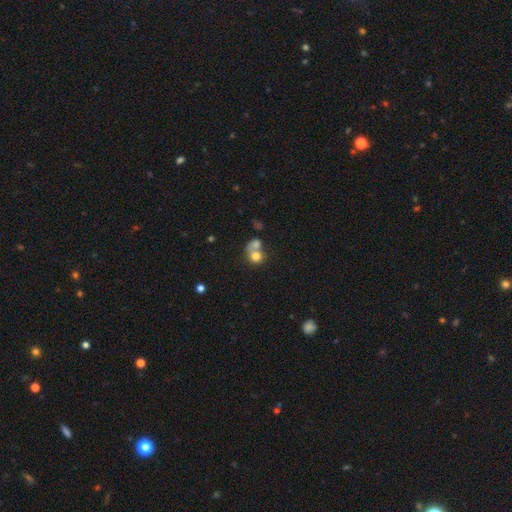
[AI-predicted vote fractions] Q: Smooth or featured?
A: smooth (71%); runner-up: featured or disk (18%)
Q: How rounded?
A: round (71%); runner-up: in between (28%)
Q: Merging?
A: merger (64%); runner-up: none (23%)